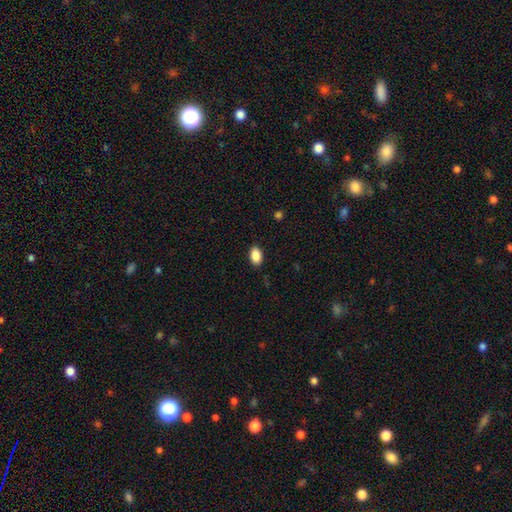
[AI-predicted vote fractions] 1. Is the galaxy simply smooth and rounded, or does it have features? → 89% smooth, 8% star or artifact, 4% featured or disk.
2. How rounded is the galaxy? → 91% in between, 8% round, 2% cigar-shaped.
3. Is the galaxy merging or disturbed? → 88% none, 9% minor disturbance, 2% major disturbance, 1% merger.